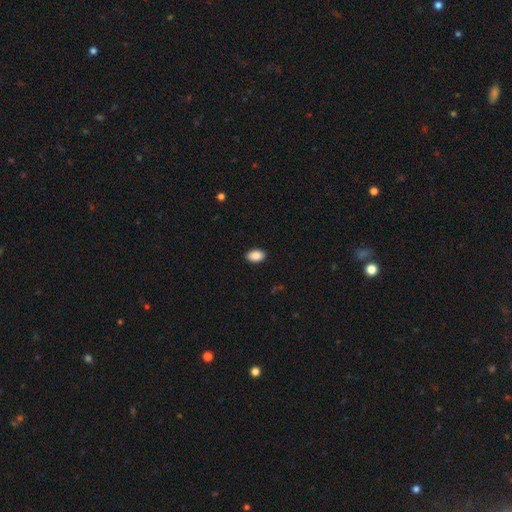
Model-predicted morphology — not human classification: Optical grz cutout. It shows a smooth galaxy with no disk features (89%) that is in between round and cigar-shaped (92%). Merging: none (90%).